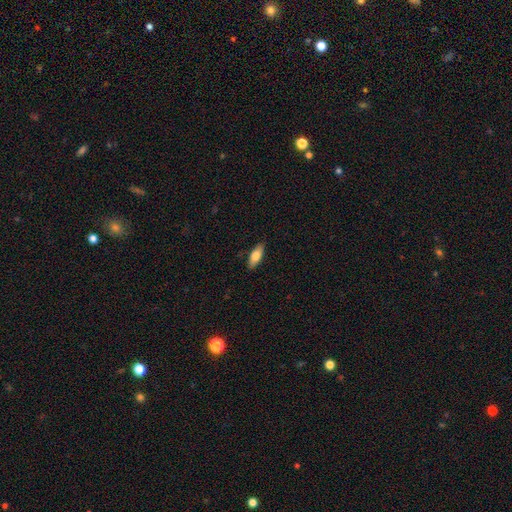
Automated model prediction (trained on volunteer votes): Morphology: type=smooth (76%); roundness=in between (75%); merging=none (88%).